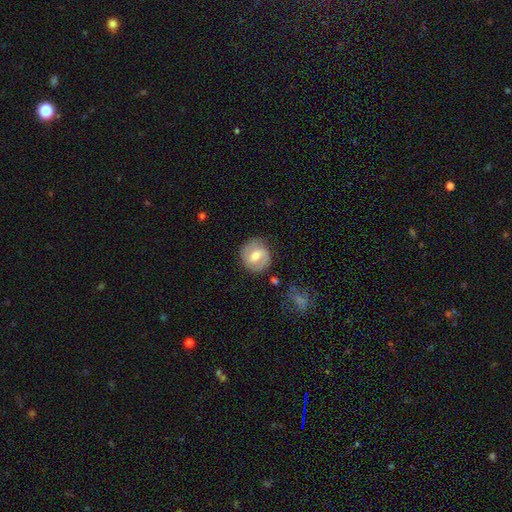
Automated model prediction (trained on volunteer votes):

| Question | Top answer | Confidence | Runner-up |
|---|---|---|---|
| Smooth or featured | featured or disk | 63% | smooth (31%) |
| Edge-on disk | no | 98% | yes (2%) |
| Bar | weak | 54% | strong (24%) |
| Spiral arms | yes | 84% | no (16%) |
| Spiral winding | medium | 46% | tight (36%) |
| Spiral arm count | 2 | 83% | can't tell (8%) |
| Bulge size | moderate | 66% | small (25%) |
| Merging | none | 81% | minor disturbance (13%) |